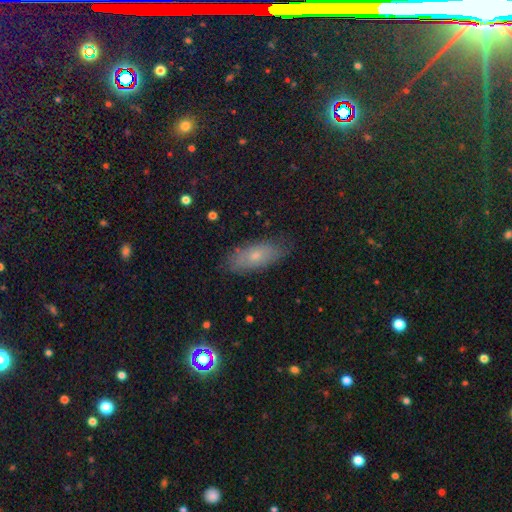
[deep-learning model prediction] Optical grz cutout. It shows a smooth galaxy with no disk features (60%) that is in between round and cigar-shaped (80%). Merging: none (80%).